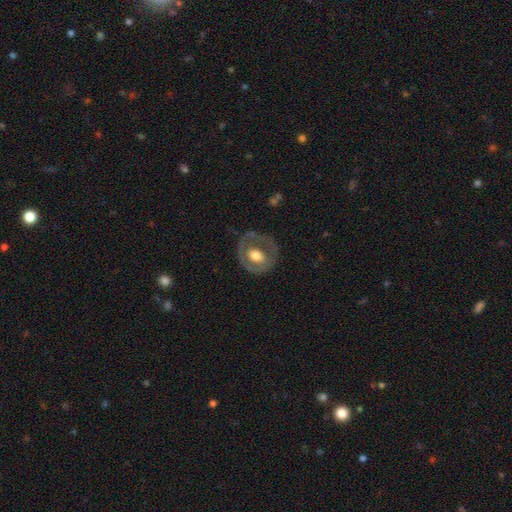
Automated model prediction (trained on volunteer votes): Smooth or featured: featured or disk — 54% (smooth — 40%)
Edge-on disk: no — 95% (yes — 5%)
Bar: no — 67% (weak — 24%)
Spiral arms: no — 79% (yes — 21%)
Bulge size: moderate — 58% (large — 32%)
Merging: none — 65% (minor disturbance — 19%)